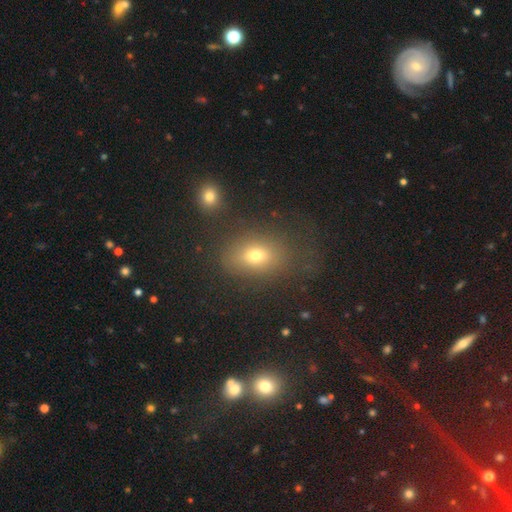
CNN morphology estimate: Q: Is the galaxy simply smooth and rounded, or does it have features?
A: smooth — 69%.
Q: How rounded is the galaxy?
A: in between — 72%.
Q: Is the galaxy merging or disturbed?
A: none — 68%.